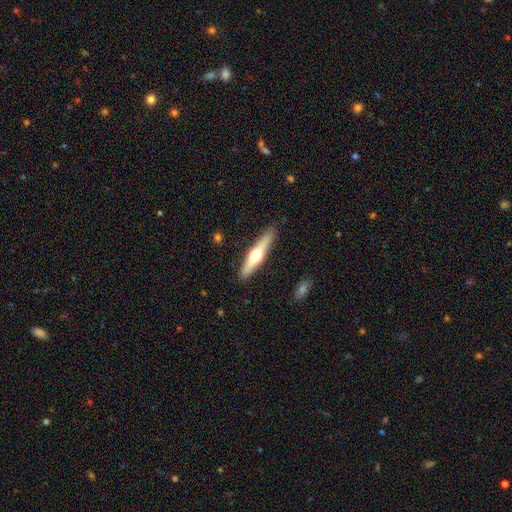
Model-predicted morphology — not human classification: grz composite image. It shows a featured or disk galaxy (57%) viewed edge-on (95%) with a rounded central bulge (94%). Merging: none (89%).